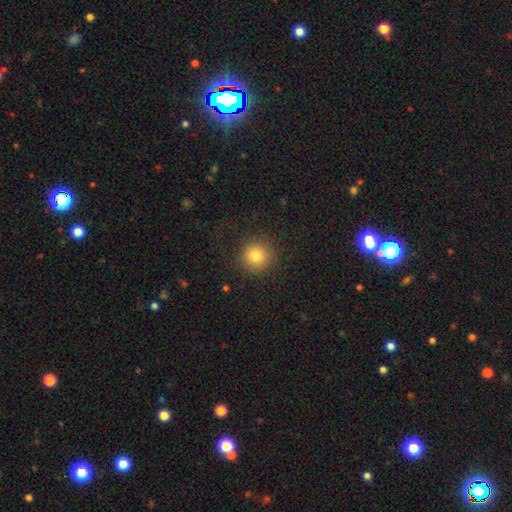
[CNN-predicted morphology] A smooth galaxy with no disk features (81%) that is round (94%). Merging: none (89%).